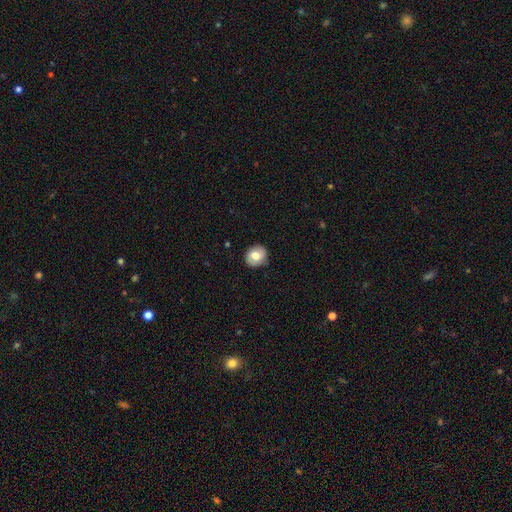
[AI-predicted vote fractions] smooth_or_featured: smooth (p=0.71) [alt: featured or disk p=0.21]
how_rounded: round (p=0.73) [alt: in between p=0.26]
merging: none (p=0.86) [alt: minor disturbance p=0.10]